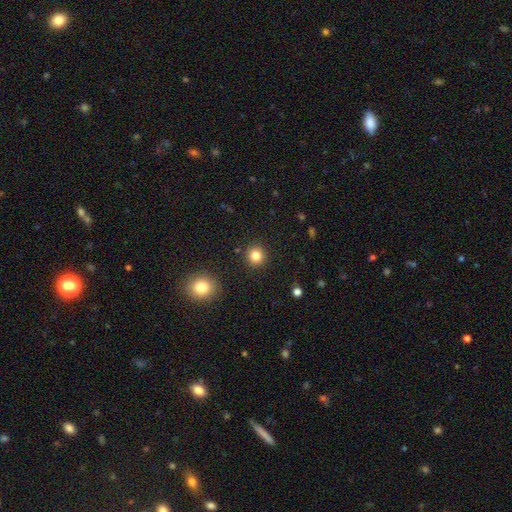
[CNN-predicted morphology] Smooth or featured?
  - smooth: 82% *
  - star or artifact: 12%
  - featured or disk: 6%
How rounded?
  - round: 91% *
  - in between: 8%
  - cigar-shaped: 1%
Merging?
  - none: 91% *
  - minor disturbance: 5%
  - major disturbance: 2%
  - merger: 2%